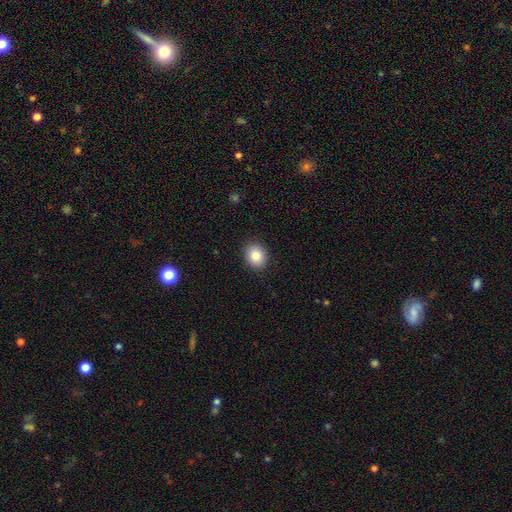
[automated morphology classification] A smooth galaxy with no disk features (85%) that is round (62%).

Vote fractions:
- Smooth or featured? smooth: 85% / star or artifact: 9% / featured or disk: 6%
- How rounded? round: 62% / in between: 37% / cigar-shaped: 1%
- Merging? none: 90% / minor disturbance: 7% / major disturbance: 2% / merger: 1%